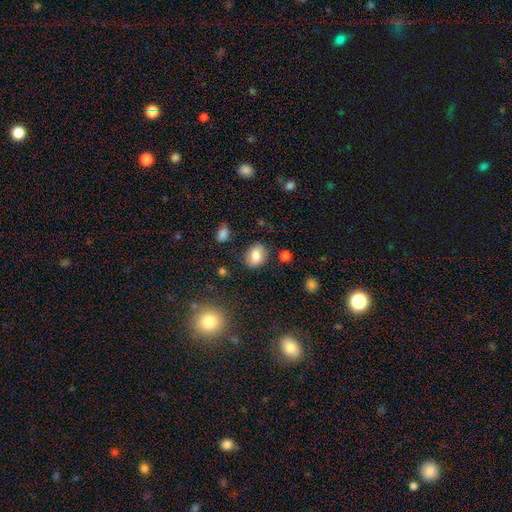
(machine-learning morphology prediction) Smooth or featured? Predicted: smooth (p=0.78). How rounded? Predicted: in between (p=0.64). Merging? Predicted: none (p=0.80).